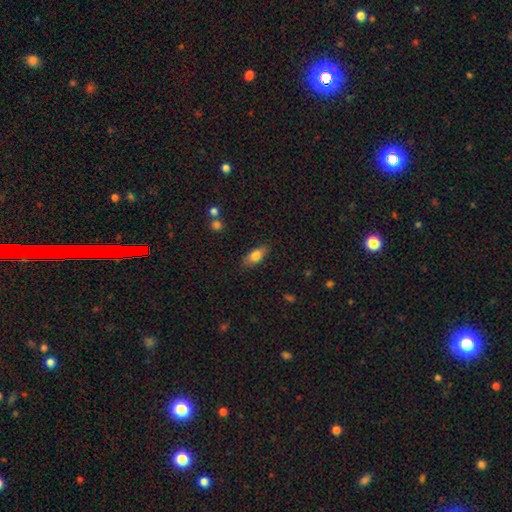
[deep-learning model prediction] Smooth or featured: smooth — 76% (featured or disk — 17%)
How rounded: in between — 80% (cigar-shaped — 16%)
Merging: none — 84% (minor disturbance — 12%)